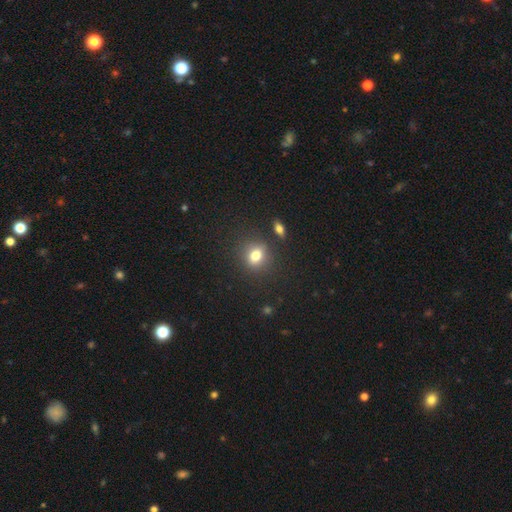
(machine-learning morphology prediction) smooth_or_featured: smooth (p=0.78) [alt: star or artifact p=0.12]
how_rounded: round (p=0.59) [alt: in between p=0.39]
merging: none (p=0.81) [alt: minor disturbance p=0.11]